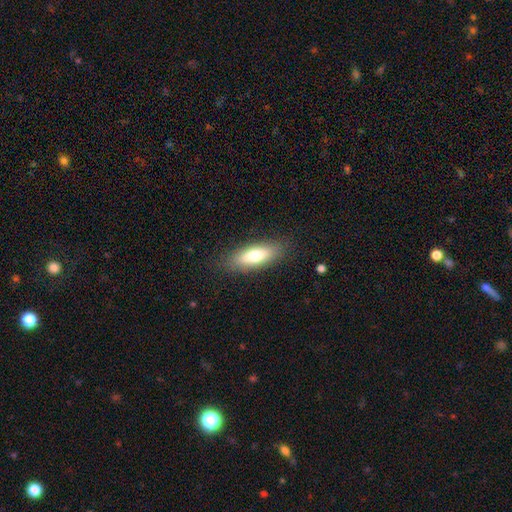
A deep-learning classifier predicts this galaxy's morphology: A smooth galaxy with no disk features (71%) that is in between round and cigar-shaped (60%). Merging: none (87%).